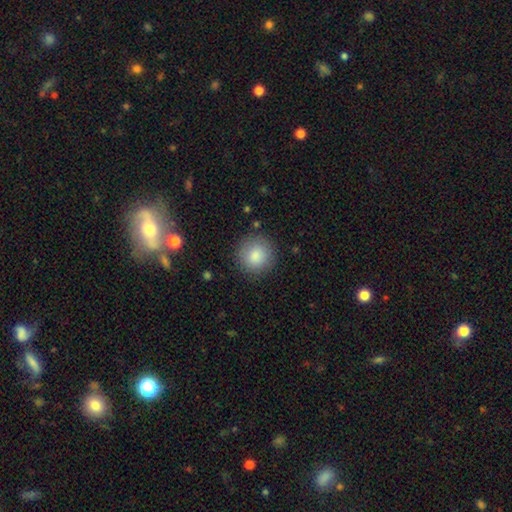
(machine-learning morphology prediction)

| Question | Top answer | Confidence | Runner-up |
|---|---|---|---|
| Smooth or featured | smooth | 86% | star or artifact (8%) |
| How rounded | round | 93% | in between (6%) |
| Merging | none | 87% | minor disturbance (8%) |